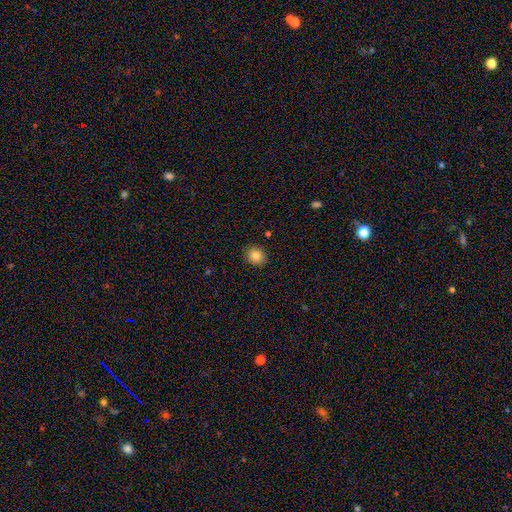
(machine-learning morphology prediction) Smooth or featured: smooth — 84% (star or artifact — 10%)
How rounded: round — 82% (in between — 17%)
Merging: none — 90% (minor disturbance — 7%)